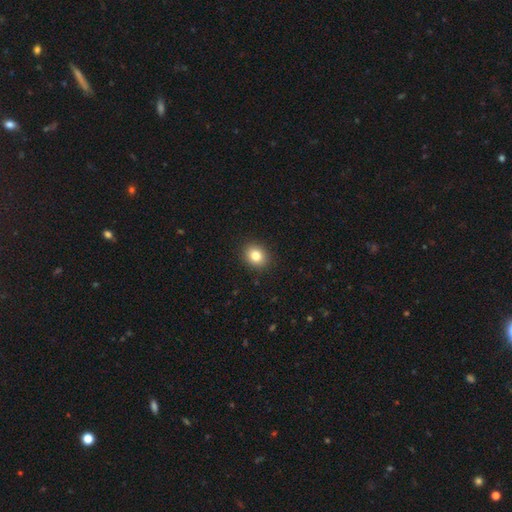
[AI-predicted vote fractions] This appears to be a smooth galaxy with no disk features (83%) that is round (57%). Merging: none (91%).